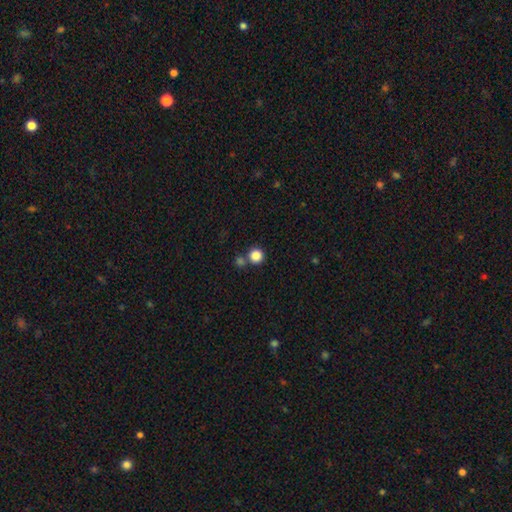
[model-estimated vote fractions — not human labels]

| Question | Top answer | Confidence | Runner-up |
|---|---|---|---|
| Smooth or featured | smooth | 85% | star or artifact (11%) |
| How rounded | round | 94% | in between (5%) |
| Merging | none | 70% | merger (20%) |